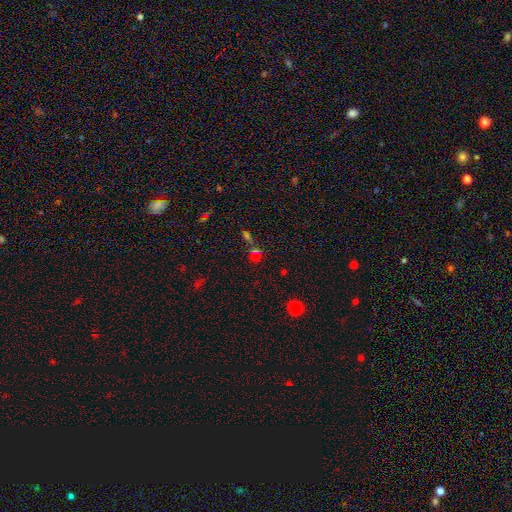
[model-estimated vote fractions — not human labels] Smooth or featured: smooth — 52% (star or artifact — 36%)
How rounded: round — 51% (in between — 44%)
Merging: none — 42% (merger — 40%)